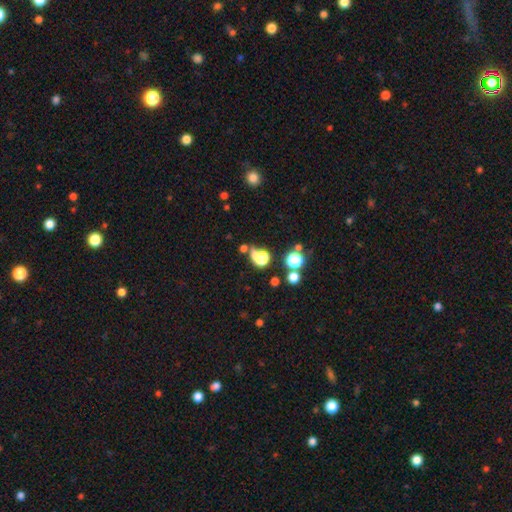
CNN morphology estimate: Q: Smooth or featured?
A: smooth (67%); runner-up: star or artifact (21%)
Q: How rounded?
A: round (66%); runner-up: in between (32%)
Q: Merging?
A: none (41%); runner-up: merger (27%)